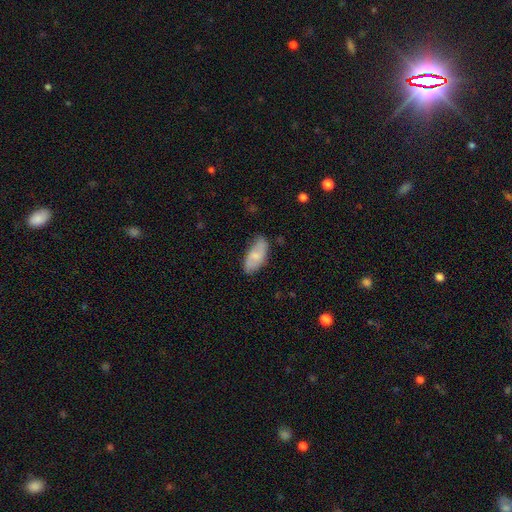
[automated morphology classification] Q: Smooth or featured?
A: smooth (67%); runner-up: featured or disk (27%)
Q: How rounded?
A: in between (89%); runner-up: cigar-shaped (8%)
Q: Merging?
A: none (72%); runner-up: minor disturbance (22%)